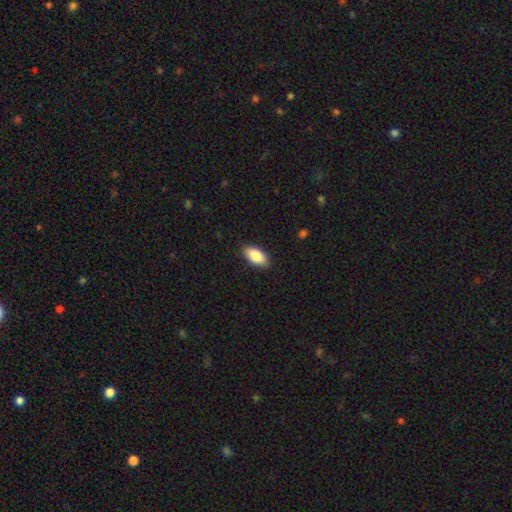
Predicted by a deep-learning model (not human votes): Smooth or featured? smooth (84%)
How rounded? in between (92%)
Merging? none (89%)